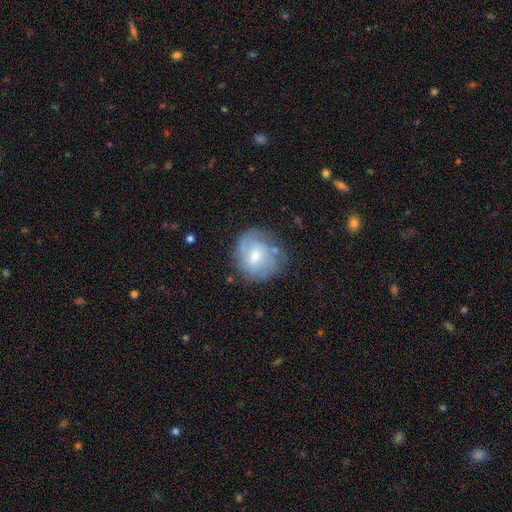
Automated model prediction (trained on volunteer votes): smooth_or_featured: smooth (p=0.51) [alt: featured or disk p=0.42]
how_rounded: round (p=0.76) [alt: in between p=0.23]
merging: none (p=0.63) [alt: minor disturbance p=0.23]